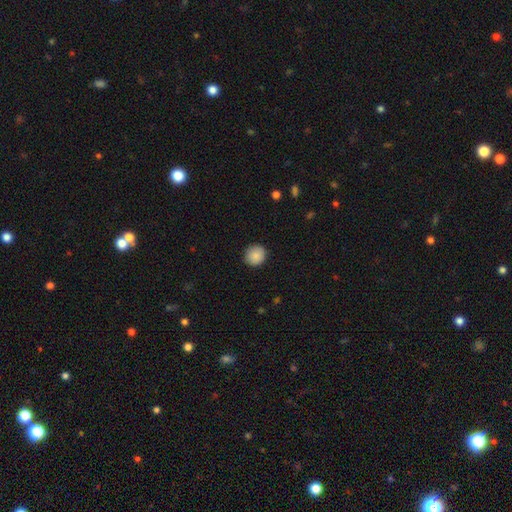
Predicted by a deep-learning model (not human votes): Morphology: type=smooth (88%); roundness=round (91%); merging=none (90%).